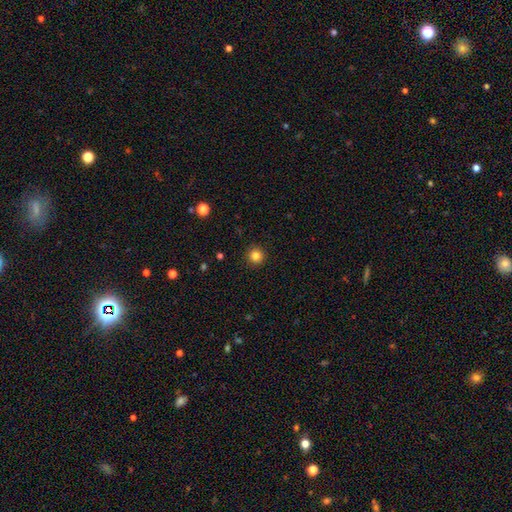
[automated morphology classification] Overall: smooth (83%). How rounded: round (96%). Merging: none (93%).